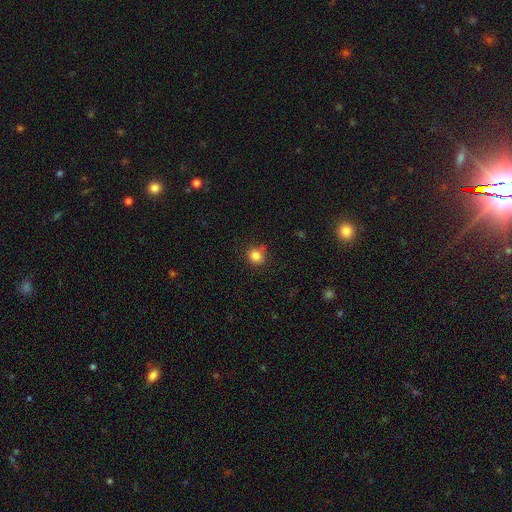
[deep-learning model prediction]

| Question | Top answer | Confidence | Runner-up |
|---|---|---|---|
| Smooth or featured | smooth | 84% | star or artifact (11%) |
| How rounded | round | 86% | in between (13%) |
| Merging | none | 82% | minor disturbance (13%) |